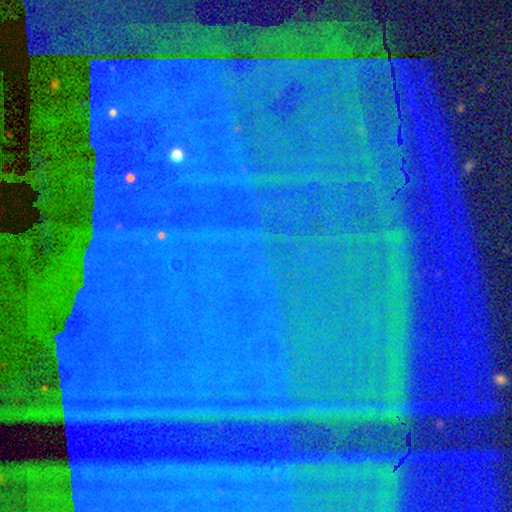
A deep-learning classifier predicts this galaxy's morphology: This appears to be a star or artifact, not a galaxy (87%).